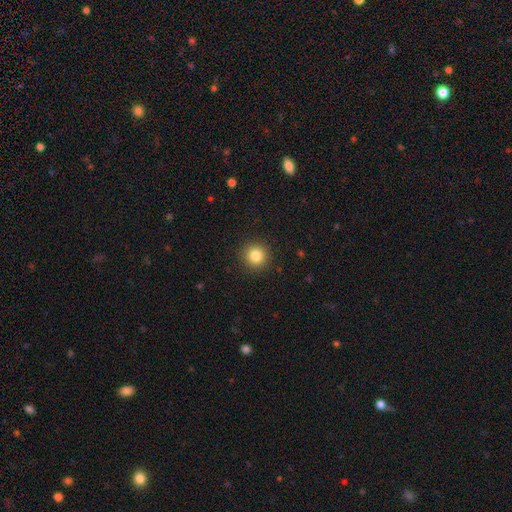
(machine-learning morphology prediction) Overall: smooth (83%). How rounded: round (94%). Merging: none (91%).